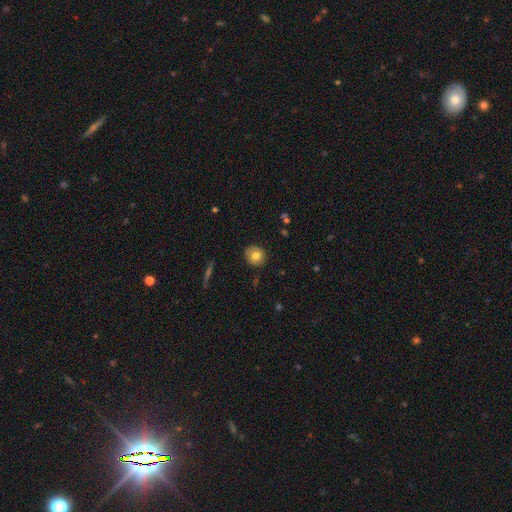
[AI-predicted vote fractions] smooth-or-featured: smooth: 76% | featured or disk: 15% | star or artifact: 9%
  how-rounded: round: 87% | in between: 12% | cigar-shaped: 1%
  merging: none: 86% | minor disturbance: 10% | major disturbance: 2% | merger: 1%